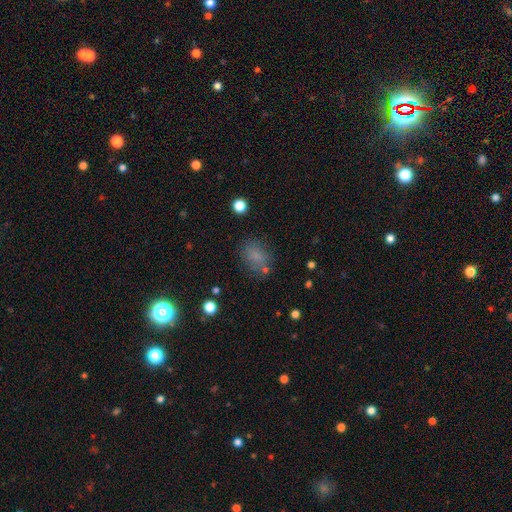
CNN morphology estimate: Overall: smooth (76%). How rounded: in between (71%). Merging: none (71%).